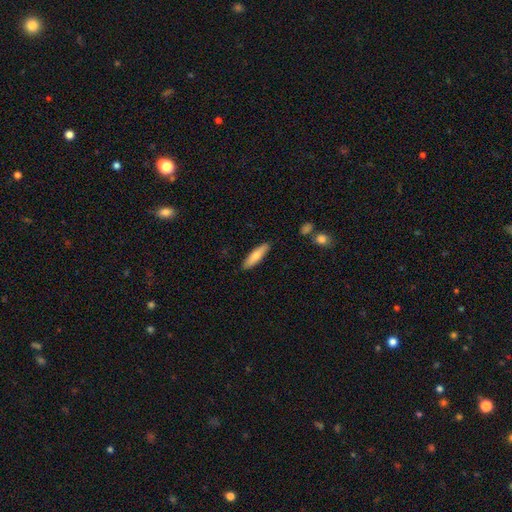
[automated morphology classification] type=smooth (73%); roundness=cigar-shaped (69%); merging=none (88%).